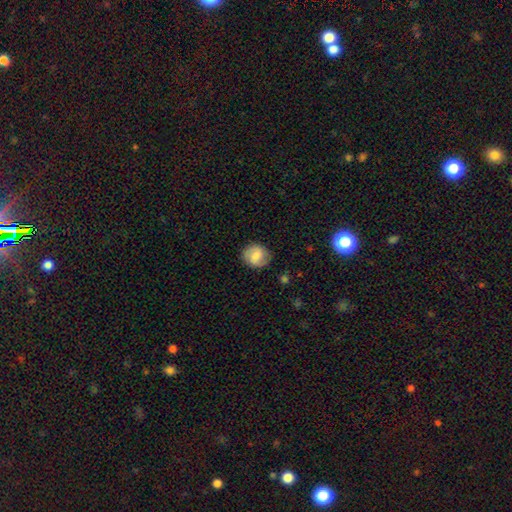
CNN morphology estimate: type=smooth (69%); roundness=round (79%); merging=none (81%).